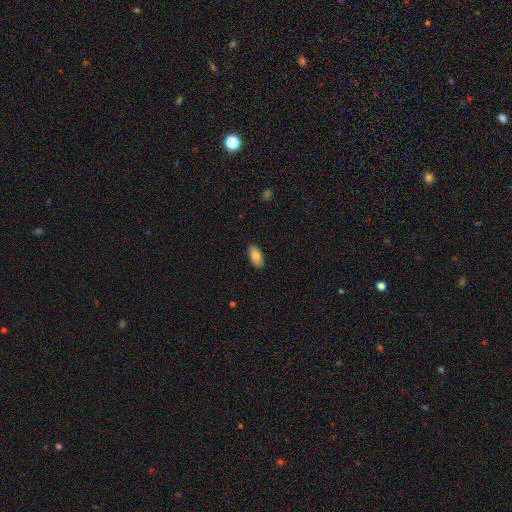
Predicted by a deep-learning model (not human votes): This appears to be a smooth galaxy with no disk features (79%) that is in between round and cigar-shaped (92%). Merging: none (88%).